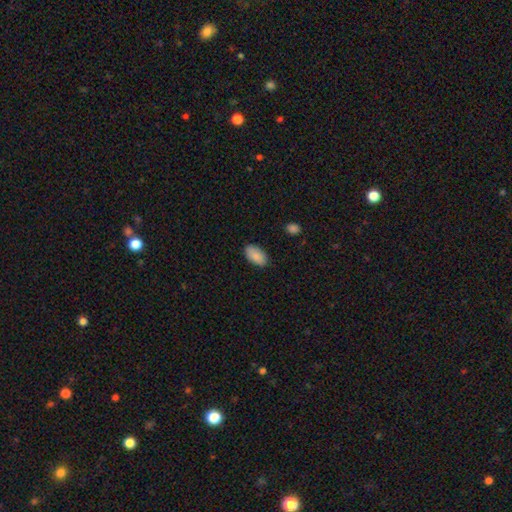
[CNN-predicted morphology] Smooth or featured? smooth (89%)
How rounded? in between (94%)
Merging? none (86%)